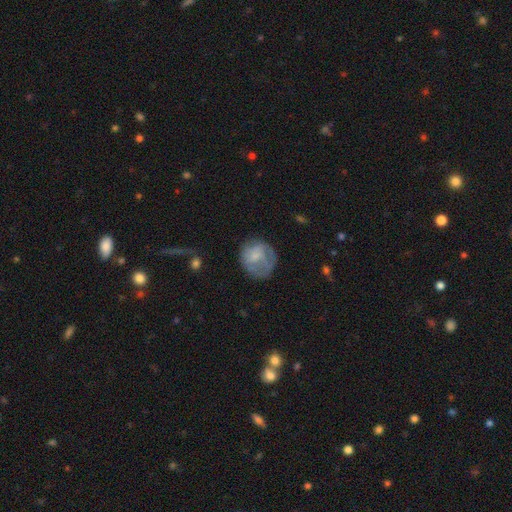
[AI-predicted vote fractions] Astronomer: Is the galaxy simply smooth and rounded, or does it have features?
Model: smooth — 56% (runner-up: featured or disk, 36%).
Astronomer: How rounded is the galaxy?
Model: round — 78%.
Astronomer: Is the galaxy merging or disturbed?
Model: none — 57%.